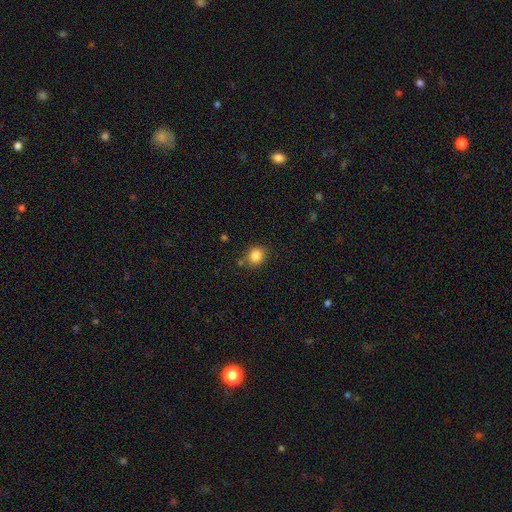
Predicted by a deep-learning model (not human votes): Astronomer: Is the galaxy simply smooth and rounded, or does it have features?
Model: smooth — 84%.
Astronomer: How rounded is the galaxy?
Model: round — 68%.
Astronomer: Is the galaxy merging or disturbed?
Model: none — 77%.